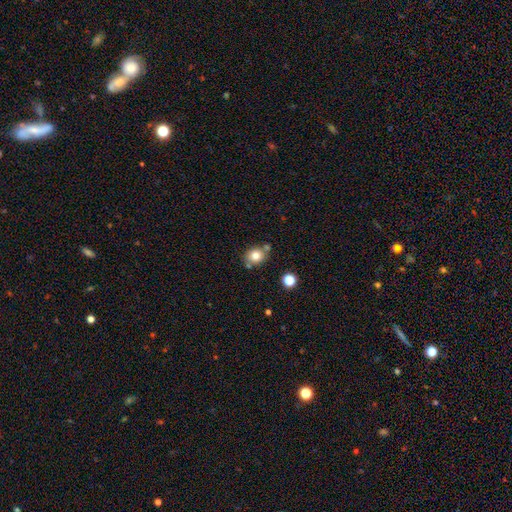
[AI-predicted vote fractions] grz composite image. It shows a smooth galaxy with no disk features (78%) that is round (67%). Merging: none (68%).